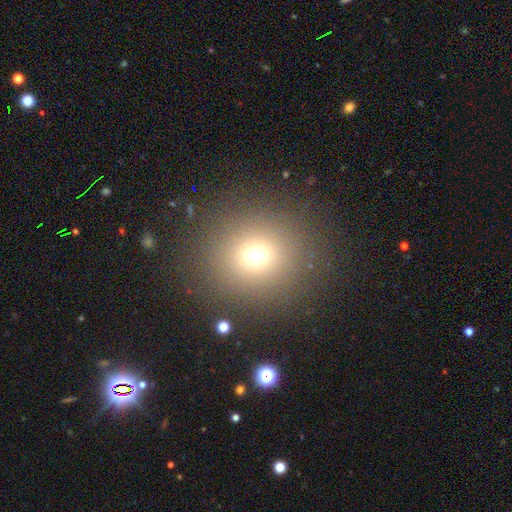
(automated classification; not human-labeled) A smooth galaxy with no disk features (68%) that is round (89%). Merging: none (87%).